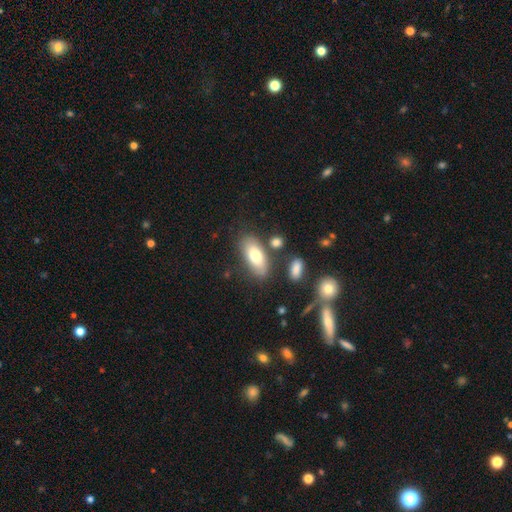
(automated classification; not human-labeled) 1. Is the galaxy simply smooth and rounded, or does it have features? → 72% smooth, 21% featured or disk, 7% star or artifact.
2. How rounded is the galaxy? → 85% in between, 11% cigar-shaped, 3% round.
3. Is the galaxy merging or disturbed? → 72% none, 15% minor disturbance, 9% merger, 5% major disturbance.